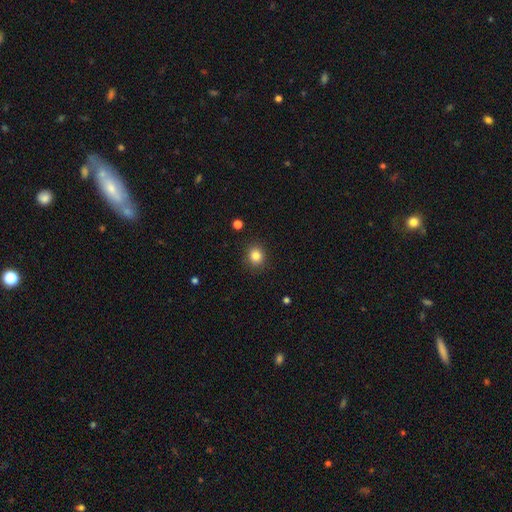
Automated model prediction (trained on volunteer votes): Morphology: type=smooth (83%); roundness=round (82%); merging=none (88%).